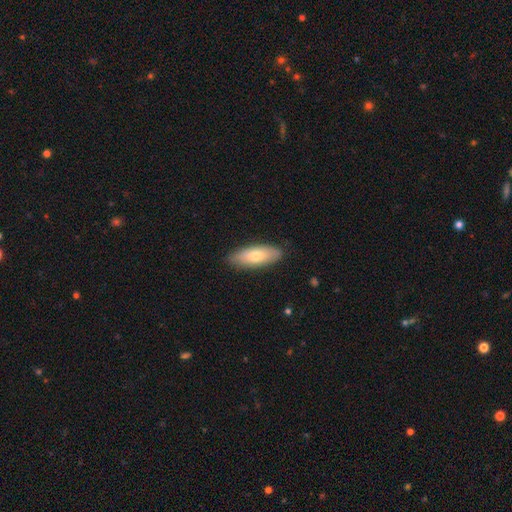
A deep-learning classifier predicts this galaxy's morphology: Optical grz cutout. It shows a smooth galaxy with no disk features (68%) that is in between round and cigar-shaped (71%). Merging: none (87%).